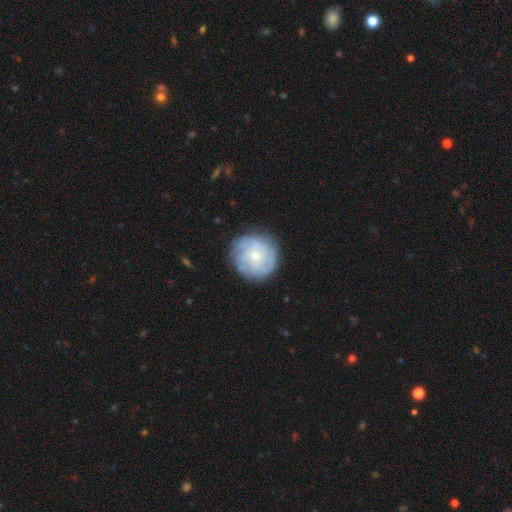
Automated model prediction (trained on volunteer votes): featured or disk 59%, smooth 33%, star or artifact 8%. Down the decision tree: edge-on disk — no (97%); bar — no (81%); spiral arms — yes (81%); bulge size — small (72%); merging — none (80%).